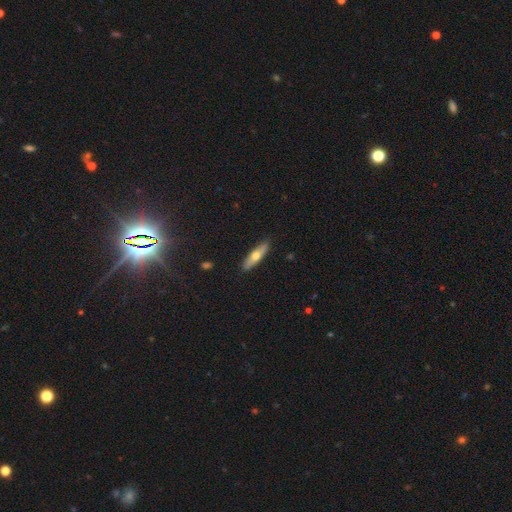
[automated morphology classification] Smooth or featured: smooth — 58% (featured or disk — 36%)
How rounded: cigar-shaped — 71% (in between — 27%)
Merging: none — 89% (minor disturbance — 8%)